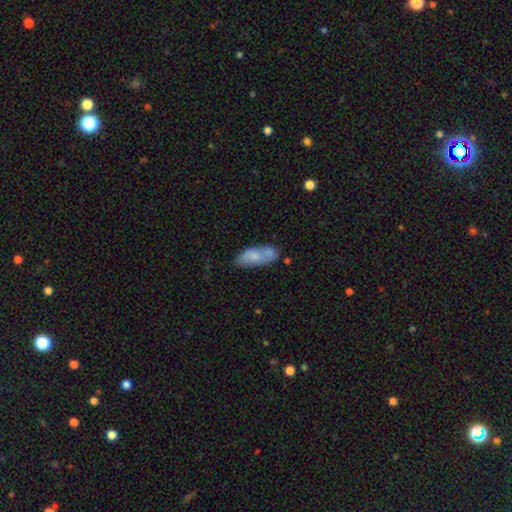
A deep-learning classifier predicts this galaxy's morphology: The model was most divided on "merging": none: 50%, merger: 23%, minor disturbance: 21%, major disturbance: 6%. More confident: how rounded — in between (76%); smooth or featured — smooth (70%).